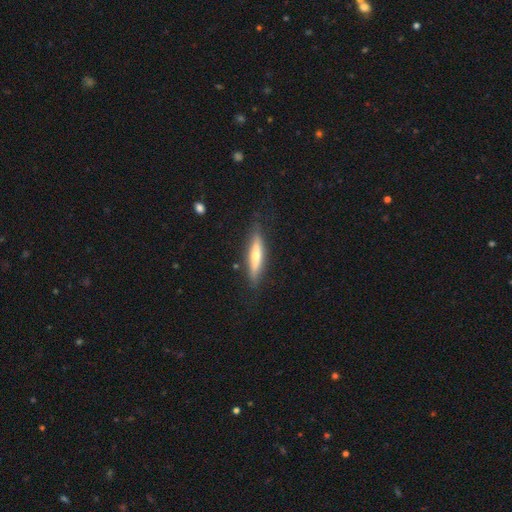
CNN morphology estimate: This appears to be a featured or disk galaxy (50%). Merging: none (81%).